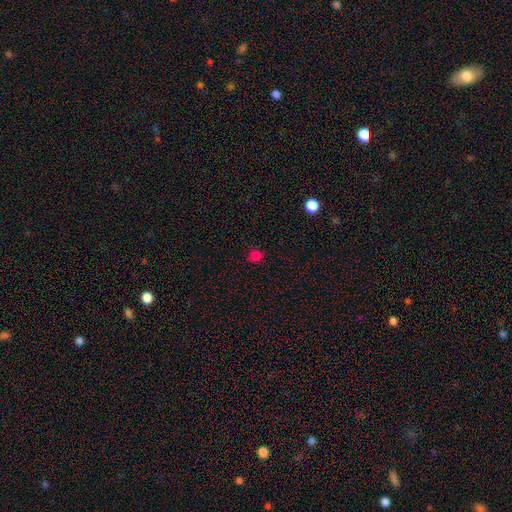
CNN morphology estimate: Smooth or featured? smooth (78%)
How rounded? round (89%)
Merging? none (85%)